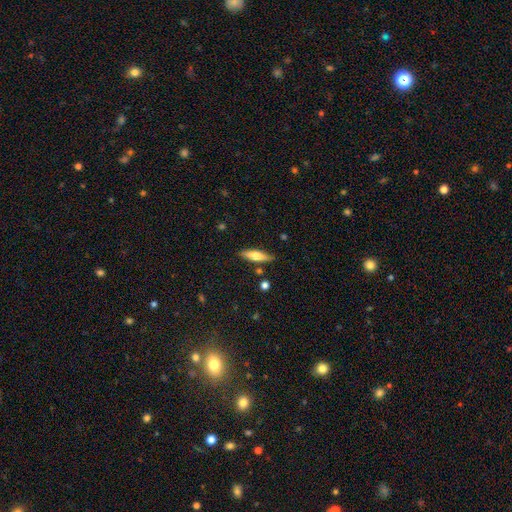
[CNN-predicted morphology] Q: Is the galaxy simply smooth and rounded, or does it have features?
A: smooth — 60%.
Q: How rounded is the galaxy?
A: cigar-shaped — 64%.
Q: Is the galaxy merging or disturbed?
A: none — 83%.